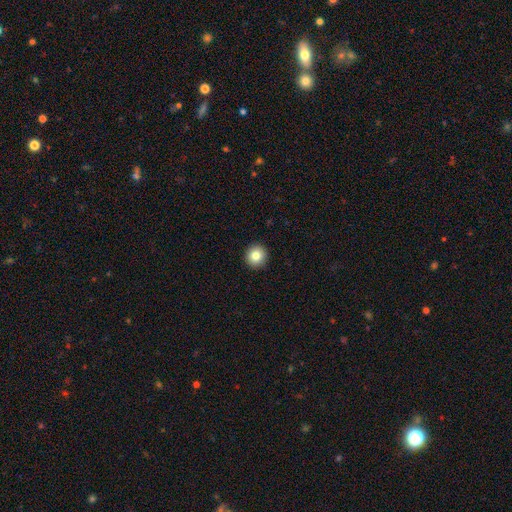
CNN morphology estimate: smooth_or_featured: smooth (p=0.83) [alt: star or artifact p=0.10]
how_rounded: round (p=0.95) [alt: in between p=0.04]
merging: none (p=0.93) [alt: minor disturbance p=0.05]